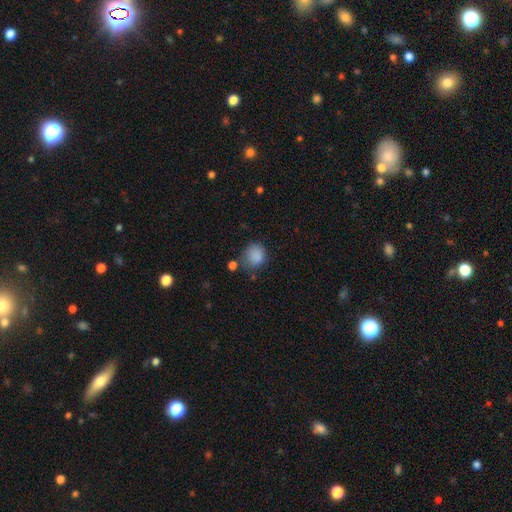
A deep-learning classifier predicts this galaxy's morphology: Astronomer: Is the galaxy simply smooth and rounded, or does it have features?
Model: smooth — 85%.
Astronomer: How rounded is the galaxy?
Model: round — 76%.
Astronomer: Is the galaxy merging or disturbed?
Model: none — 64%.